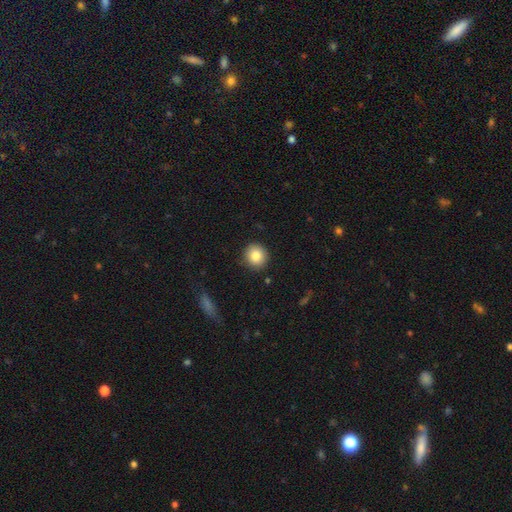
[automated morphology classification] smooth-or-featured: smooth: 83% | star or artifact: 9% | featured or disk: 7%
  how-rounded: round: 90% | in between: 9% | cigar-shaped: 1%
  merging: none: 89% | minor disturbance: 7% | major disturbance: 2% | merger: 1%